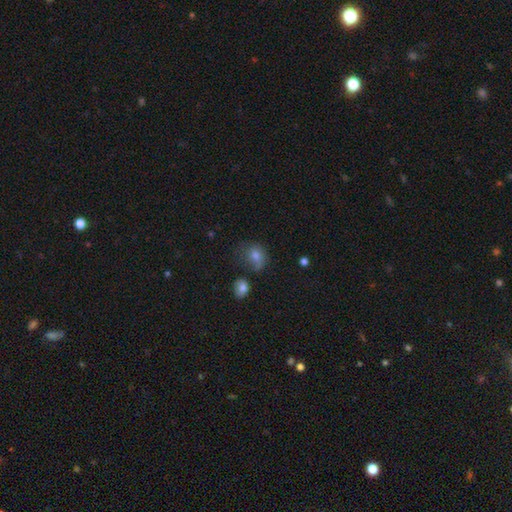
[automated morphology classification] Smooth or featured? Predicted: smooth (p=0.66). How rounded? Predicted: round (p=0.59). Merging? Predicted: none (p=0.47).